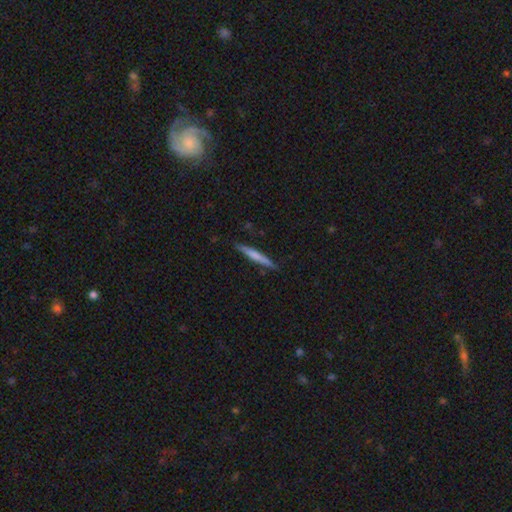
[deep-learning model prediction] Overall: smooth (59%; featured or disk 35%). How rounded: cigar-shaped (95%). Merging: none (88%).